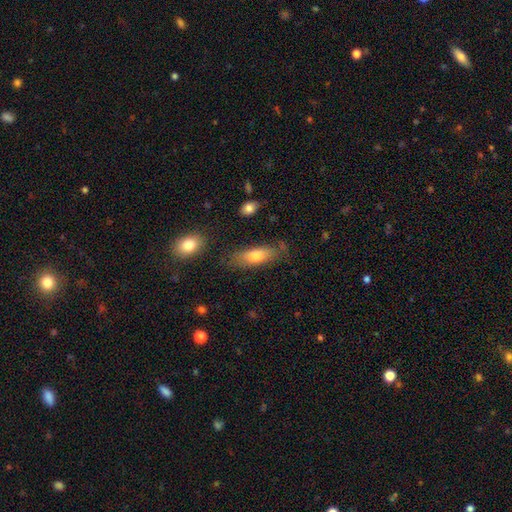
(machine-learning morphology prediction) A smooth galaxy with no disk features (71%) that is in between round and cigar-shaped (60%). Merging: none (73%).